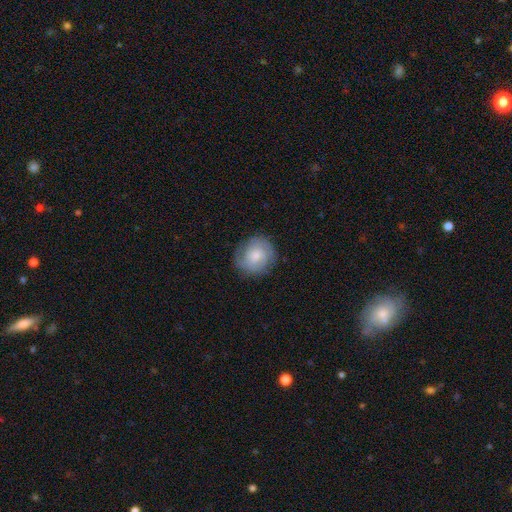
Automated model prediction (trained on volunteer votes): Smooth or featured: featured or disk — 51% (smooth — 42%)
Edge-on disk: no — 97% (yes — 3%)
Merging: none — 79% (minor disturbance — 15%)